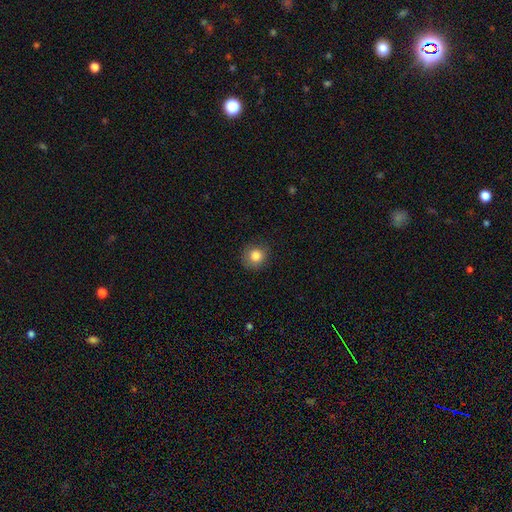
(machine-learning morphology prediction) smooth 83%, star or artifact 10%, featured or disk 6%. Down the decision tree: how rounded — round (88%); merging — none (85%).